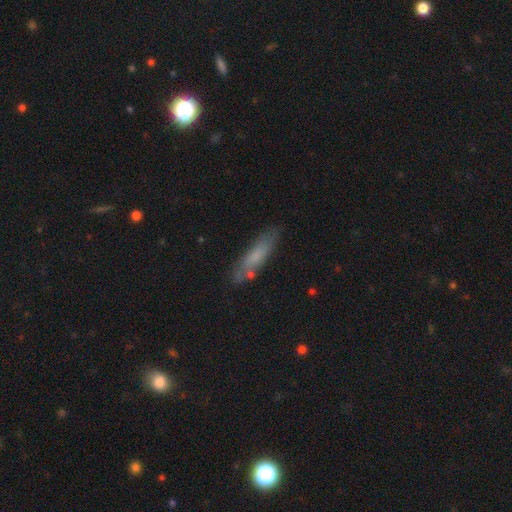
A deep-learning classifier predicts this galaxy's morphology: A smooth galaxy with no disk features (67%) that is cigar-shaped (74%).

Vote fractions:
- Smooth or featured? smooth: 67% / featured or disk: 26% / star or artifact: 8%
- How rounded? cigar-shaped: 74% / in between: 24% / round: 2%
- Merging? none: 73% / minor disturbance: 17% / merger: 5% / major disturbance: 4%